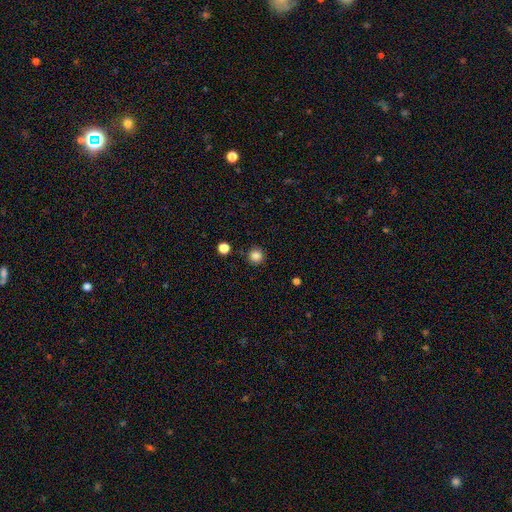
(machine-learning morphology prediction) smooth-or-featured: smooth: 85% | star or artifact: 12% | featured or disk: 3%
  how-rounded: round: 96% | in between: 3% | cigar-shaped: 1%
  merging: none: 90% | minor disturbance: 6% | major disturbance: 2% | merger: 2%